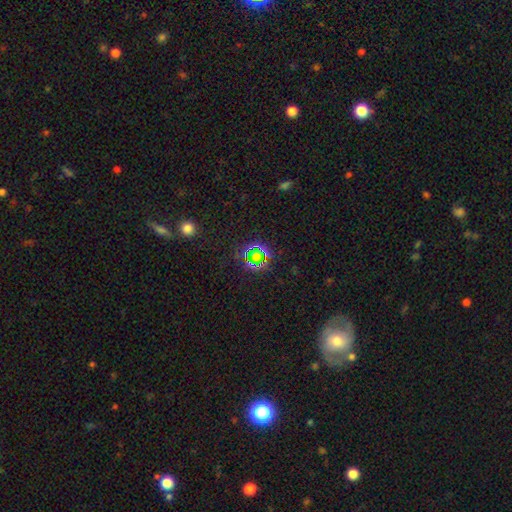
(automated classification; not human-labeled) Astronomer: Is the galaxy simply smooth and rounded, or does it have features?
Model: star or artifact — 71%.